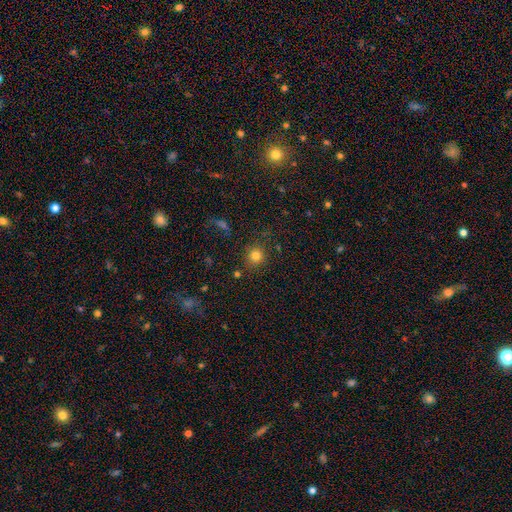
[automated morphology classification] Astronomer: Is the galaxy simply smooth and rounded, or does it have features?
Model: smooth — 81%.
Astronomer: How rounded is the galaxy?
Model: round — 89%.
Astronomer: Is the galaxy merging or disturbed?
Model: none — 84%.